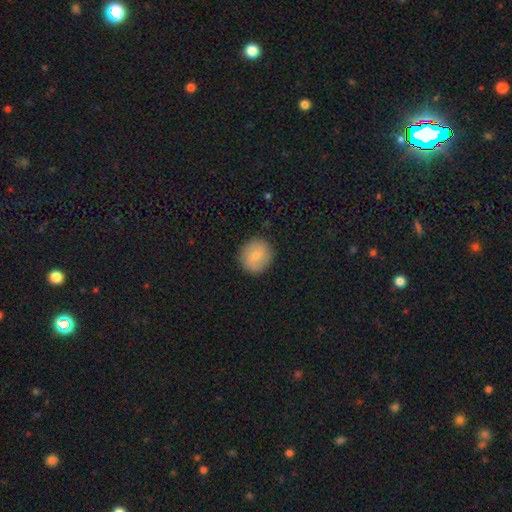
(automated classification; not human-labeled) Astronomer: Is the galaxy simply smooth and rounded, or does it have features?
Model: smooth — 76%.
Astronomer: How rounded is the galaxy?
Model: round — 89%.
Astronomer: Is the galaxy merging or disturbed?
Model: none — 88%.